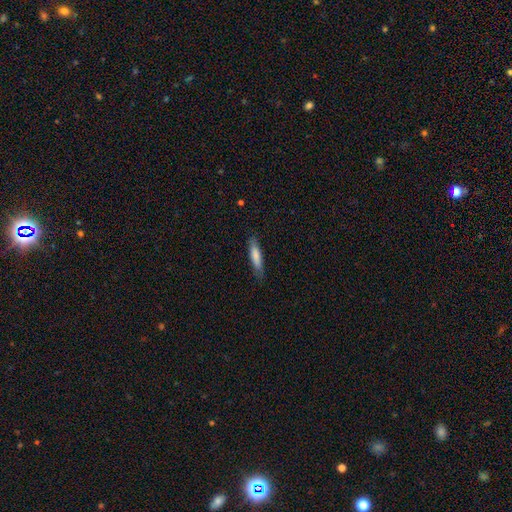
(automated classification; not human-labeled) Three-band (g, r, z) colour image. It shows a smooth galaxy with no disk features (79%) that is cigar-shaped (80%). Merging: none (82%).